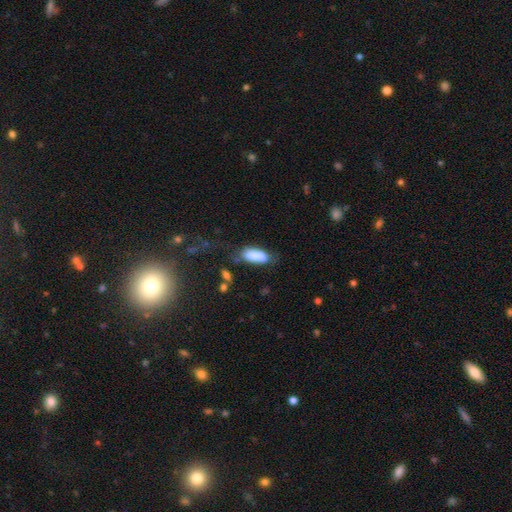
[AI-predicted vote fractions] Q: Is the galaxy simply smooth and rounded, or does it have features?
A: smooth — 83%.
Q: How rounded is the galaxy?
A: in between — 67%.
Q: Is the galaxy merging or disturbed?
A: none — 58%.